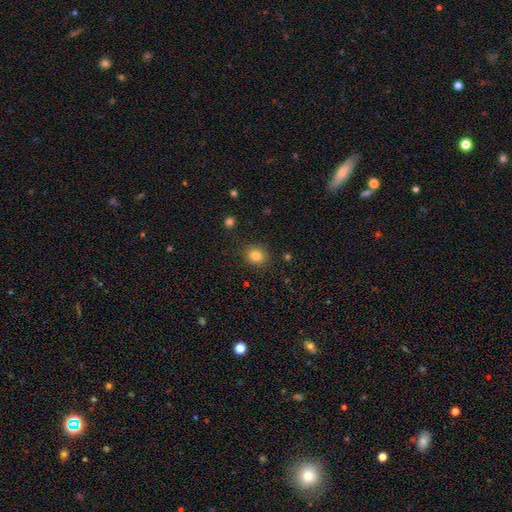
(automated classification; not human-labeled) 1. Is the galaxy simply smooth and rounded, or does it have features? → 83% smooth, 12% star or artifact, 5% featured or disk.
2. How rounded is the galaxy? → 76% round, 23% in between, 1% cigar-shaped.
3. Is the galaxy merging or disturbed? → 87% none, 9% minor disturbance, 3% major disturbance, 1% merger.